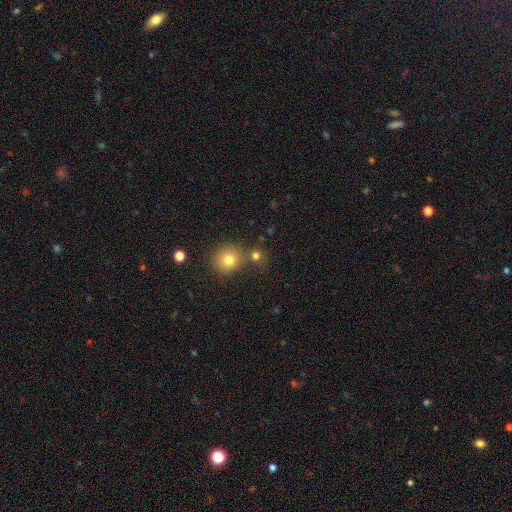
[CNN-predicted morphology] smooth 77%, star or artifact 15%, featured or disk 8%. Down the decision tree: how rounded — round (86%); merging — none (65%).